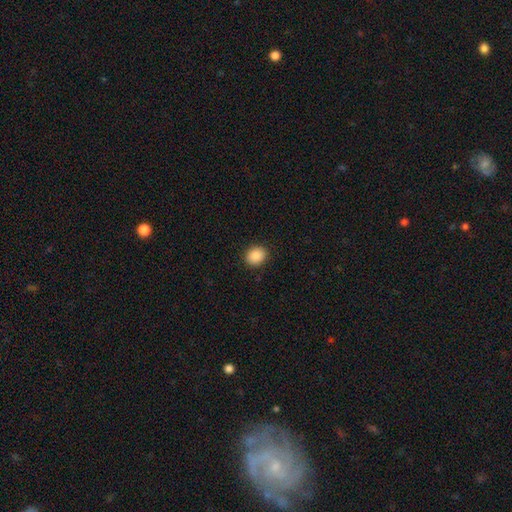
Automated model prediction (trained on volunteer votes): Overall: smooth (88%). How rounded: round (62%; in between 37%). Merging: none (90%).